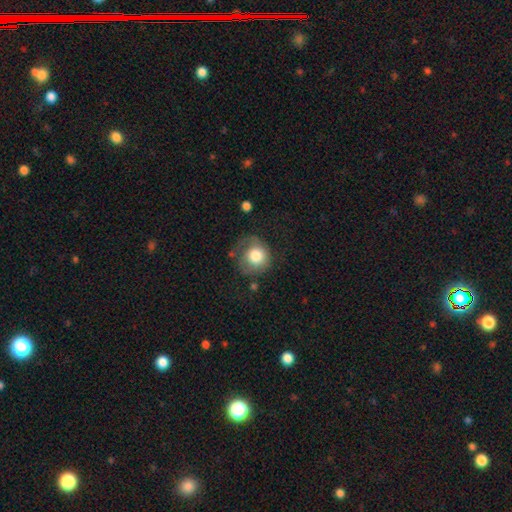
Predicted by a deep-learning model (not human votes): The model was most divided on "merging": none: 48%, minor disturbance: 28%, major disturbance: 22%, merger: 3%. More confident: how rounded — round (88%); smooth or featured — smooth (74%).